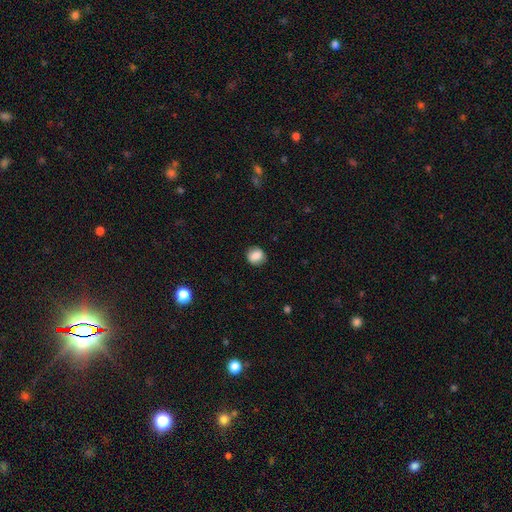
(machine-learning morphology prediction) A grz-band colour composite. It shows a smooth galaxy with no disk features (85%) that is round (78%). Merging: none (86%).